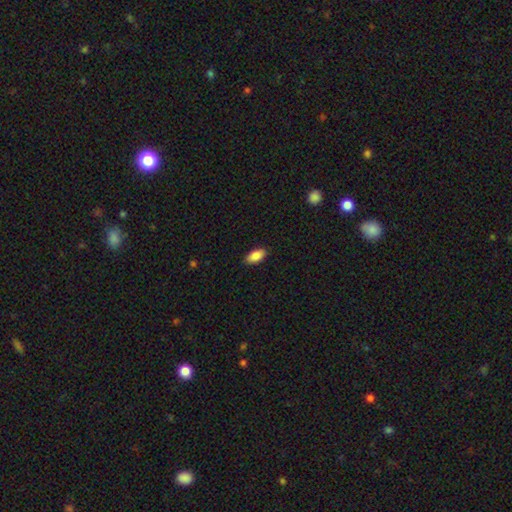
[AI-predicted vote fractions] This is clearly a smooth galaxy (87%). How rounded: clearly in between (92%). Merging: clearly none (87%).